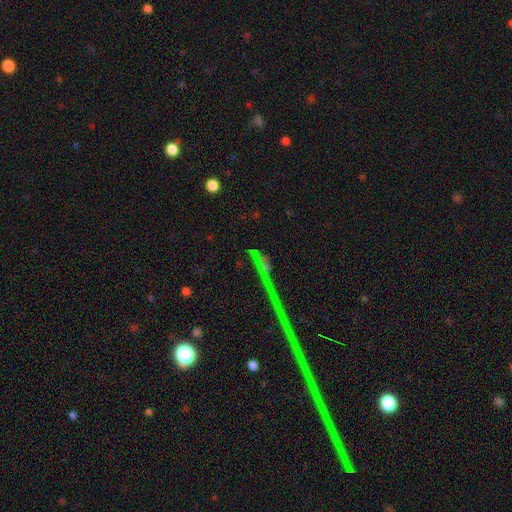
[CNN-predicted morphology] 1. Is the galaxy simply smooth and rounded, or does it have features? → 58% star or artifact, 22% smooth, 19% featured or disk.